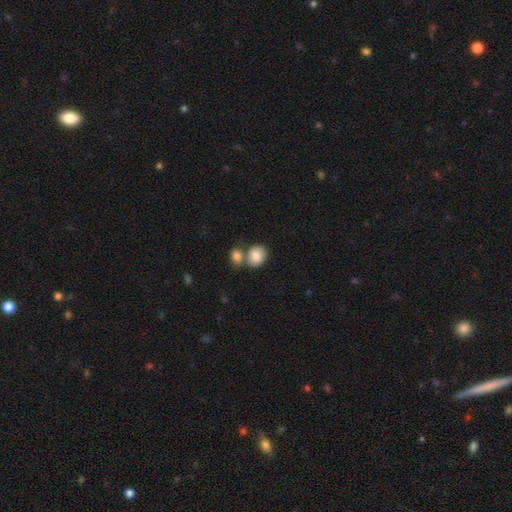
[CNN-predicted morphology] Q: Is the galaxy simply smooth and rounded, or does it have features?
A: smooth — 85%.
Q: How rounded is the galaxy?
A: round — 60%.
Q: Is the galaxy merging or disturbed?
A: merger — 48%.